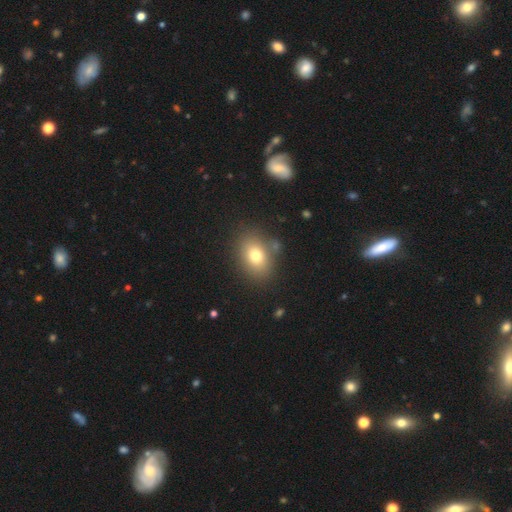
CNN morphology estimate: Smooth or featured: smooth — 76% (featured or disk — 13%)
How rounded: in between — 68% (round — 31%)
Merging: none — 80% (minor disturbance — 11%)